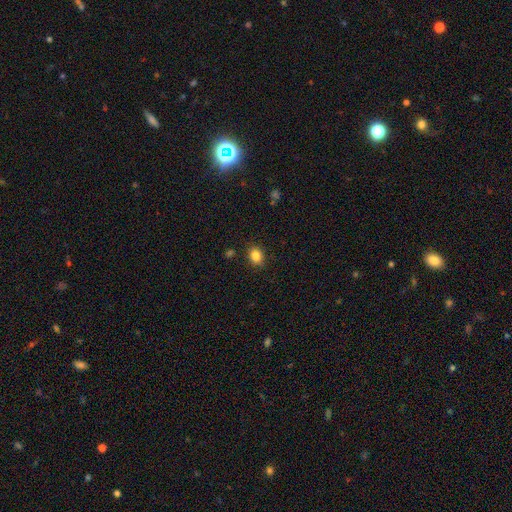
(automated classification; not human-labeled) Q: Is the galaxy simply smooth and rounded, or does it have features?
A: smooth — 84%.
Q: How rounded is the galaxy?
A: round — 50%.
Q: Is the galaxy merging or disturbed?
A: none — 88%.